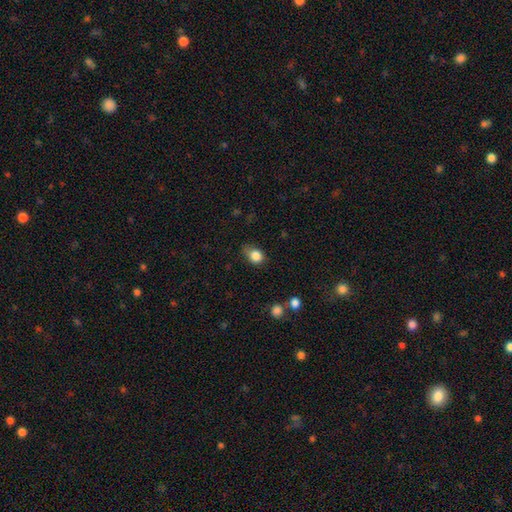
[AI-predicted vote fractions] Smooth or featured? smooth (84%)
How rounded? round (57%)
Merging? none (54%)